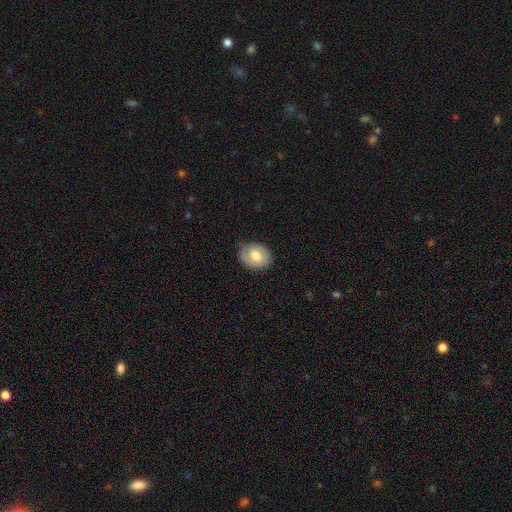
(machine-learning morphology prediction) Smooth or featured? smooth (63%)
How rounded? in between (54%)
Merging? none (75%)